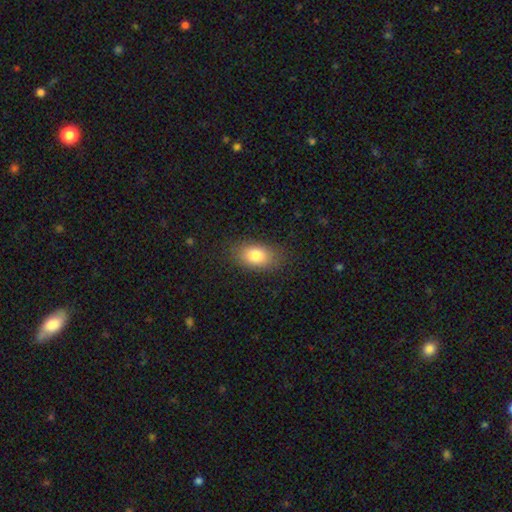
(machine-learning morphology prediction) The model was most divided on "smooth or featured": smooth: 81%, featured or disk: 11%, star or artifact: 8%. More confident: how rounded — in between (88%); merging — none (83%).